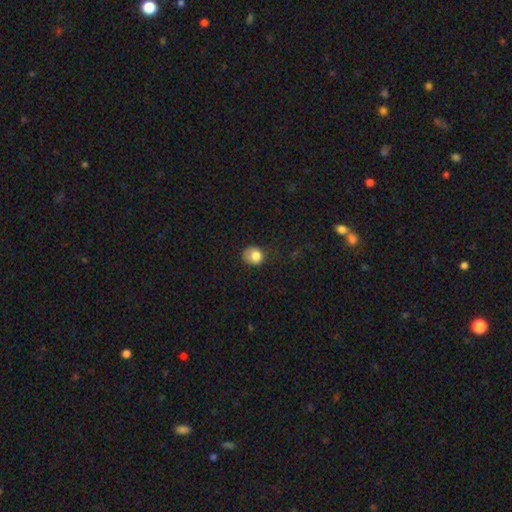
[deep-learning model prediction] A smooth galaxy with no disk features (81%) that is round (70%). Merging: none (54%).